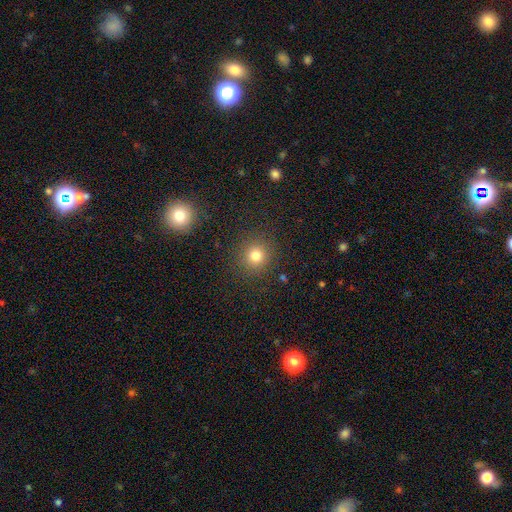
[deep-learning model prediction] This is likely a smooth galaxy (78%). How rounded: clearly round (91%). Merging: clearly none (89%).